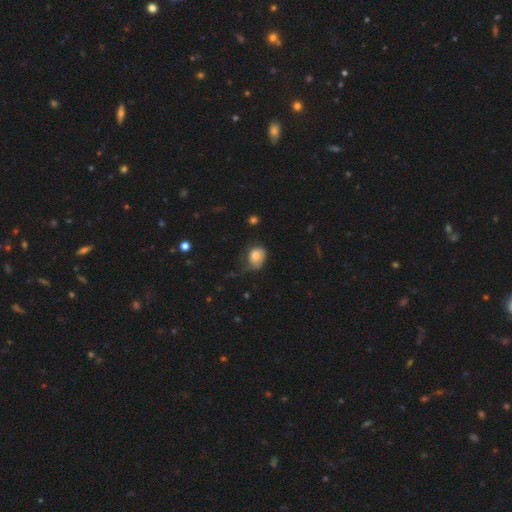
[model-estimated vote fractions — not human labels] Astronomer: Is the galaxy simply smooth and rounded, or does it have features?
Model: smooth — 77%.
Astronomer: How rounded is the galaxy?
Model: in between — 53% (runner-up: round, 46%).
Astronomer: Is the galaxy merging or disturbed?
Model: none — 46% (runner-up: minor disturbance, 36%).